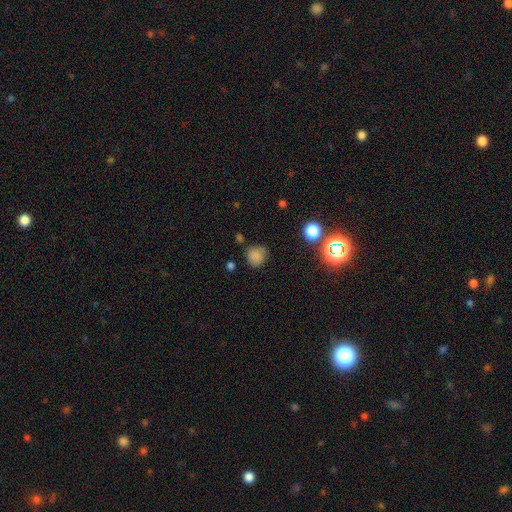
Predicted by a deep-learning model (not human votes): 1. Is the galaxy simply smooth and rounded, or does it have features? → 79% smooth, 15% star or artifact, 6% featured or disk.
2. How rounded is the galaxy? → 84% round, 15% in between, 1% cigar-shaped.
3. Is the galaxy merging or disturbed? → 75% none, 17% minor disturbance, 5% major disturbance, 3% merger.